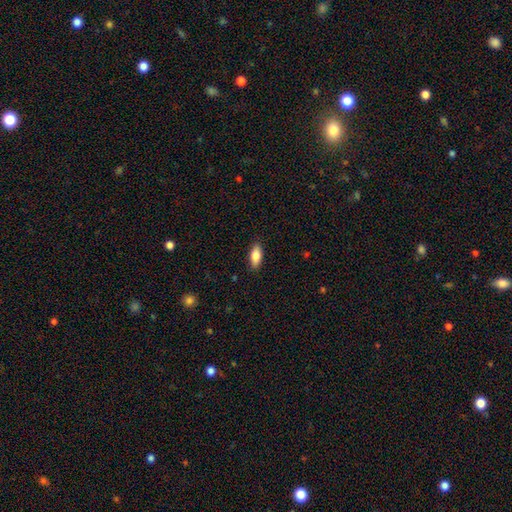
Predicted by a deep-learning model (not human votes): Smooth or featured? smooth (82%)
How rounded? in between (82%)
Merging? none (88%)